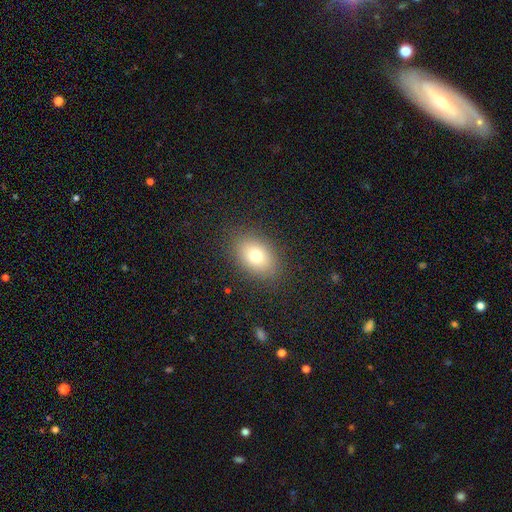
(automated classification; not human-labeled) The model was most divided on "how rounded": in between: 77%, round: 21%, cigar-shaped: 1%. More confident: merging — none (86%); smooth or featured — smooth (76%).